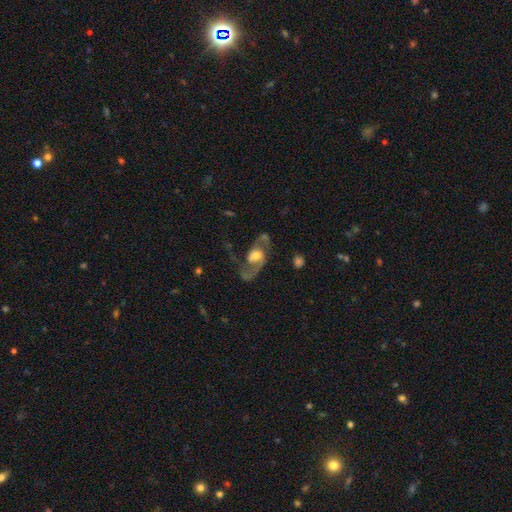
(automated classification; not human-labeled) The model was most divided on "spiral winding": loose: 54%, medium: 38%, tight: 8%. Remaining: edge-on disk — no (95%); spiral arms — yes (89%); spiral arm count — 2 (80%); smooth or featured — featured or disk (77%); bulge size — moderate (58%); bar — no (58%); merging — none (49%).